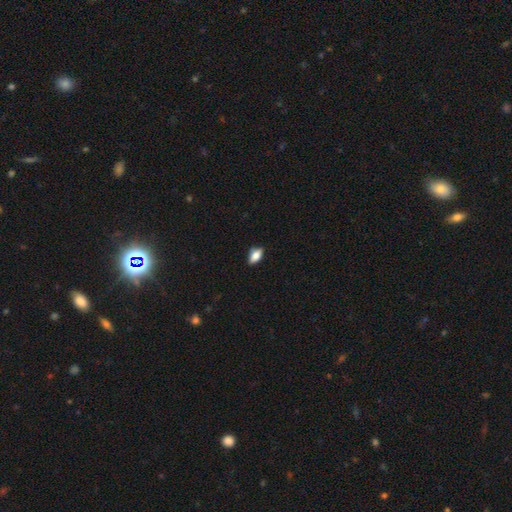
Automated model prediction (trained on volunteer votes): smooth_or_featured: smooth (p=0.77) [alt: featured or disk p=0.15]
how_rounded: in between (p=0.87) [alt: cigar-shaped p=0.07]
merging: none (p=0.84) [alt: minor disturbance p=0.13]